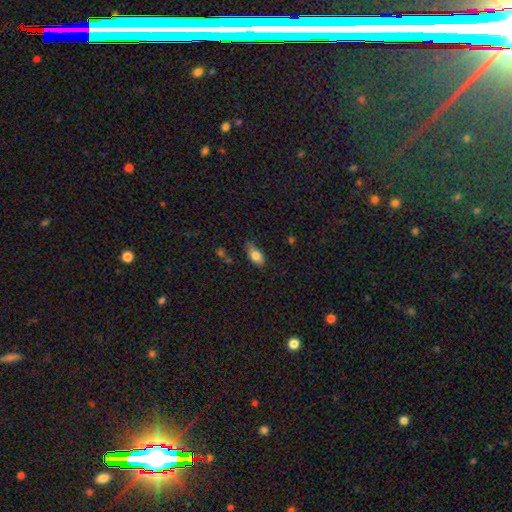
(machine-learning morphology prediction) Q: Smooth or featured?
A: smooth (79%); runner-up: featured or disk (13%)
Q: How rounded?
A: in between (87%); runner-up: cigar-shaped (7%)
Q: Merging?
A: none (64%); runner-up: minor disturbance (28%)